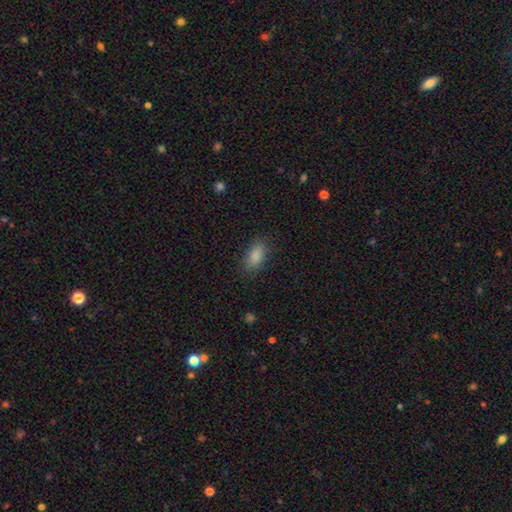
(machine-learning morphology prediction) Smooth or featured: smooth — 87% (star or artifact — 8%)
How rounded: in between — 90% (cigar-shaped — 5%)
Merging: none — 83% (minor disturbance — 12%)